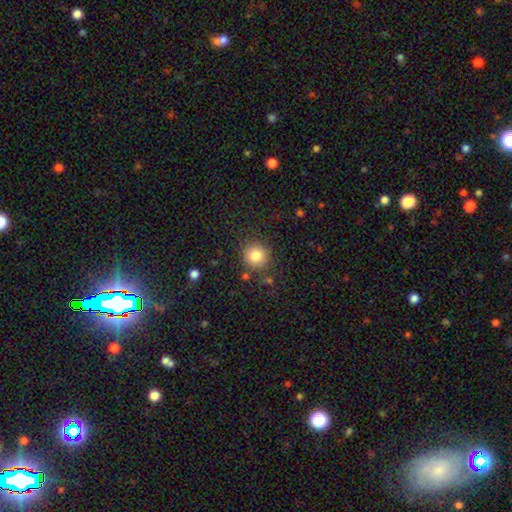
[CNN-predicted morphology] Smooth or featured: smooth — 81% (star or artifact — 11%)
How rounded: round — 93% (in between — 6%)
Merging: none — 86% (minor disturbance — 8%)